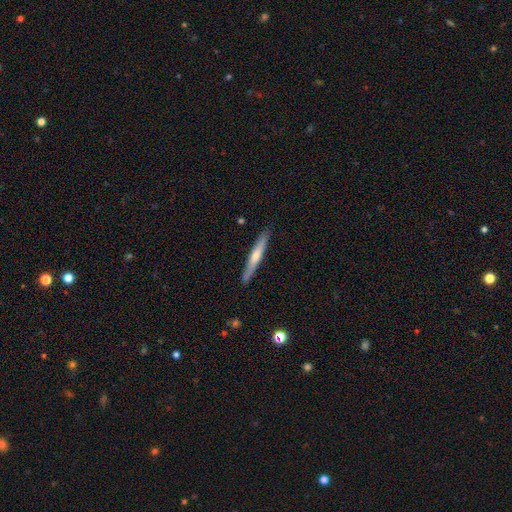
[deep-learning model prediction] The model was most divided on "smooth or featured": featured or disk: 55%, smooth: 39%, star or artifact: 6%. More confident: edge-on disk — yes (96%); merging — none (90%); edge-on bulge — rounded (70%).